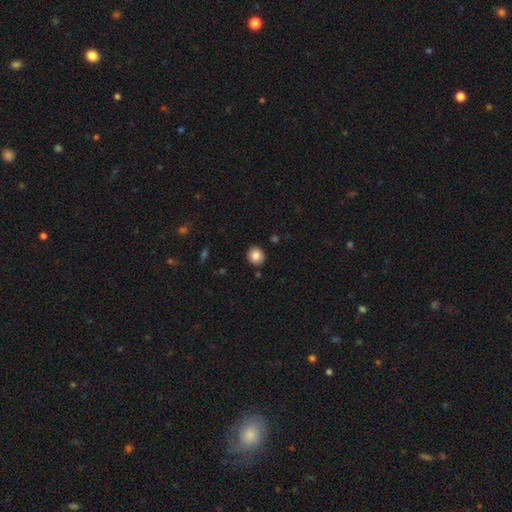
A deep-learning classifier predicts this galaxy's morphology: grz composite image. It shows a smooth galaxy with no disk features (84%) that is round (87%). Merging: none (91%).